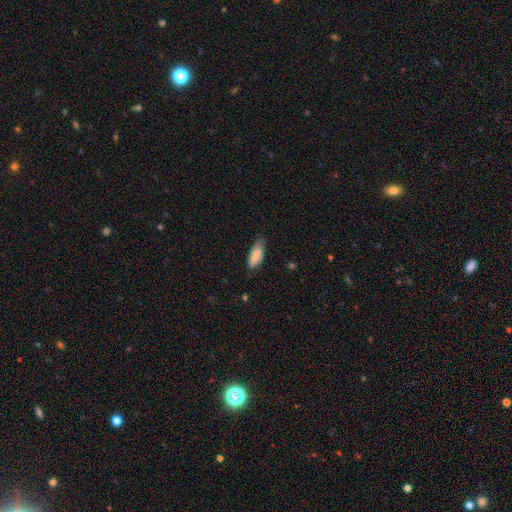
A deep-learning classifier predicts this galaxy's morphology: The model was most divided on "merging": none: 58%, minor disturbance: 33%, major disturbance: 7%, merger: 1%. More confident: how rounded — in between (81%); smooth or featured — smooth (81%).